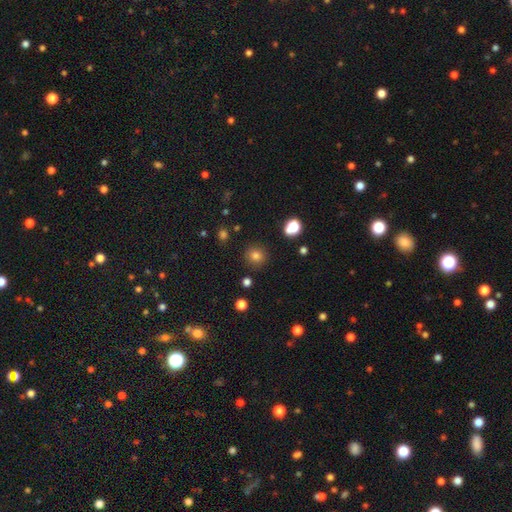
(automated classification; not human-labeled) Smooth or featured?
  - smooth: 80% *
  - star or artifact: 14%
  - featured or disk: 6%
How rounded?
  - round: 91% *
  - in between: 8%
  - cigar-shaped: 1%
Merging?
  - none: 89% *
  - minor disturbance: 7%
  - major disturbance: 2%
  - merger: 2%